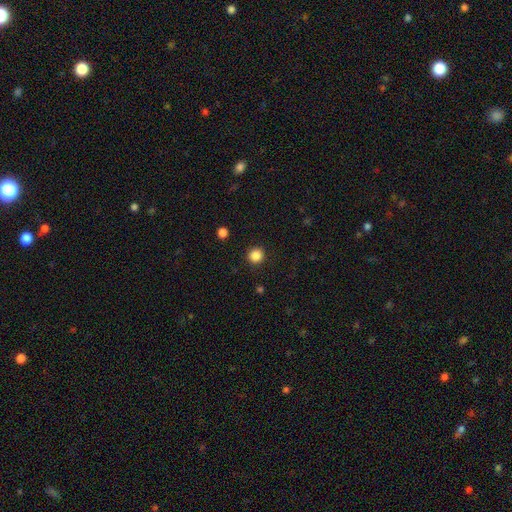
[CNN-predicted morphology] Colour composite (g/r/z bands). It shows a smooth galaxy with no disk features (86%) that is round (93%). Merging: none (92%).